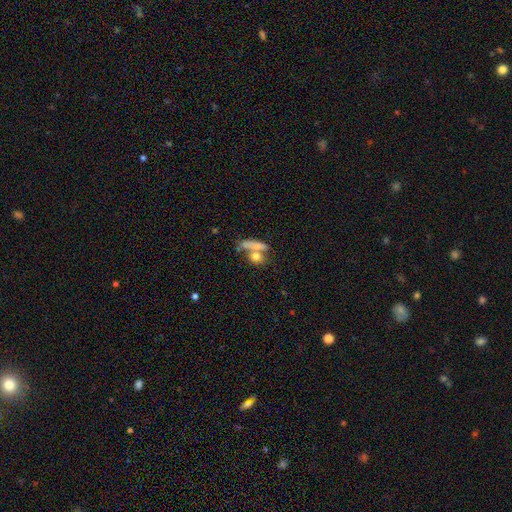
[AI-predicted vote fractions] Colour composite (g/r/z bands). It shows a smooth galaxy with no disk features (72%) that is in between round and cigar-shaped (41%). Merging: merger (42%).